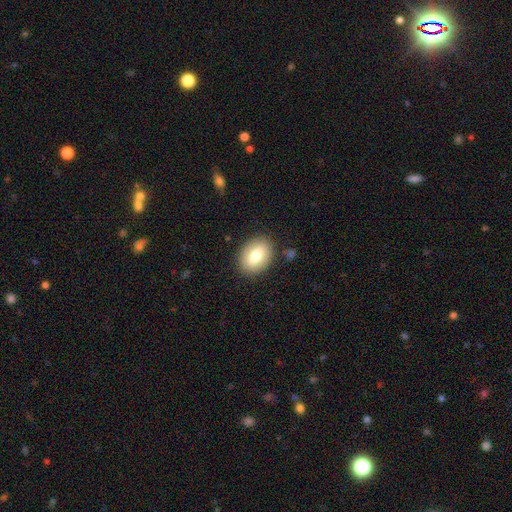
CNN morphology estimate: type=smooth (76%); roundness=in between (77%); merging=none (86%).